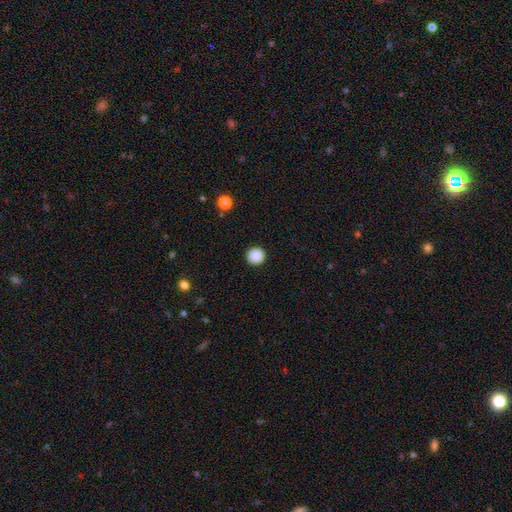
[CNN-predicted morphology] A smooth galaxy with no disk features (89%) that is round (95%).

Vote fractions:
- Smooth or featured? smooth: 89% / star or artifact: 9% / featured or disk: 2%
- How rounded? round: 95% / in between: 4% / cigar-shaped: 1%
- Merging? none: 93% / minor disturbance: 4% / major disturbance: 2% / merger: 1%